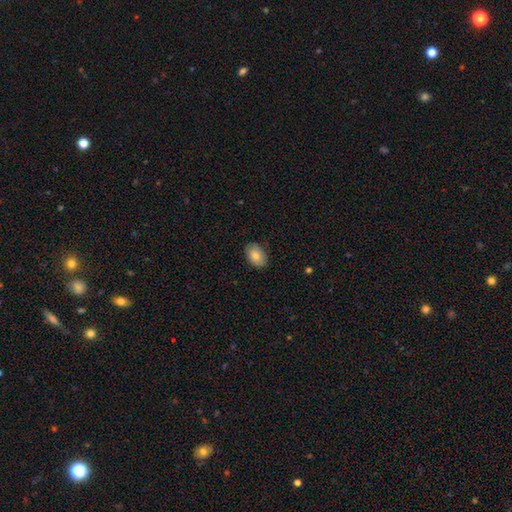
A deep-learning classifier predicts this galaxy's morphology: smooth 79%, featured or disk 14%, star or artifact 7%. Down the decision tree: how rounded — in between (85%); merging — none (83%).